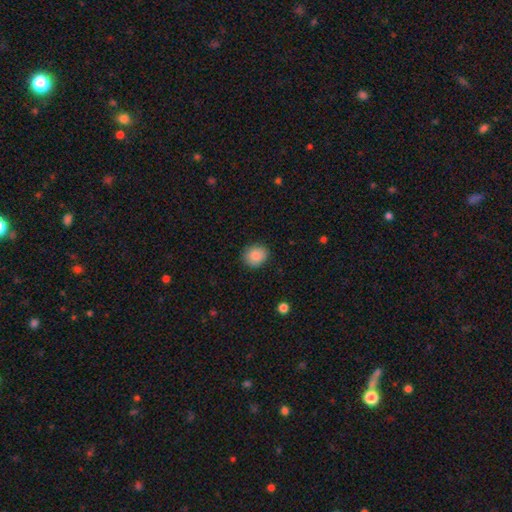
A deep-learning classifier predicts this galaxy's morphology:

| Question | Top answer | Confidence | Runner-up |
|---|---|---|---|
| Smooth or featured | smooth | 87% | star or artifact (8%) |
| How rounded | round | 72% | in between (27%) |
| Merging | none | 87% | minor disturbance (10%) |